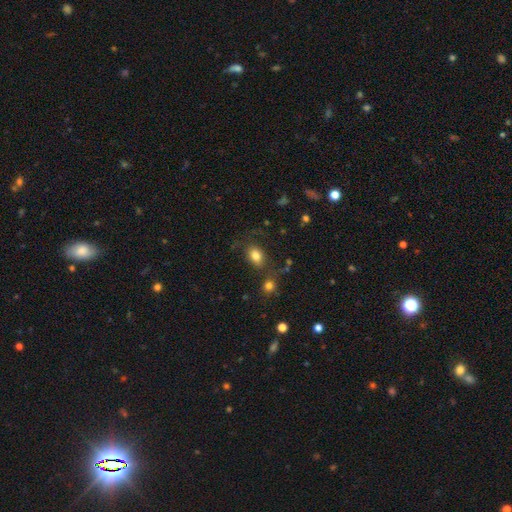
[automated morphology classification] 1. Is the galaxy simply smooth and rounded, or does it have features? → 80% smooth, 11% star or artifact, 9% featured or disk.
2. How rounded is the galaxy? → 71% in between, 27% round, 1% cigar-shaped.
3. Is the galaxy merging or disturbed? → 70% none, 15% minor disturbance, 8% merger, 7% major disturbance.